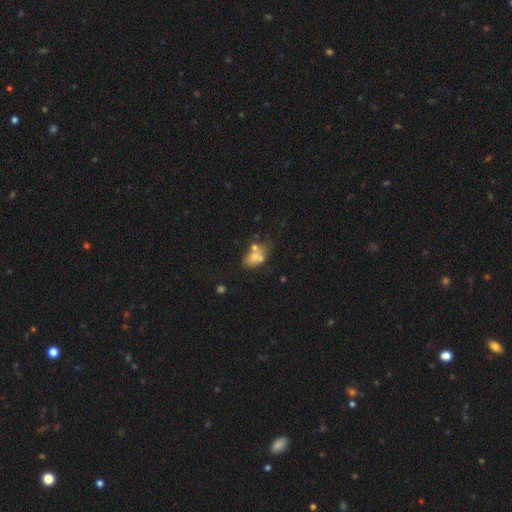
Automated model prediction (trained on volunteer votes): Morphology: type=smooth (59%); roundness=in between (71%); merging=merger (39%).